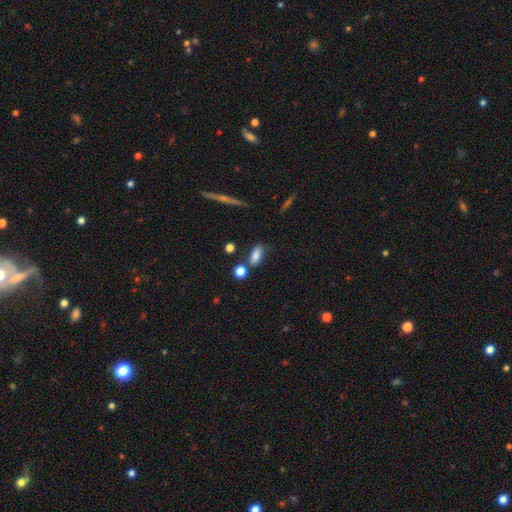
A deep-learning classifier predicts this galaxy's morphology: Overall: smooth (80%). How rounded: in between (79%). Merging: none (62%).